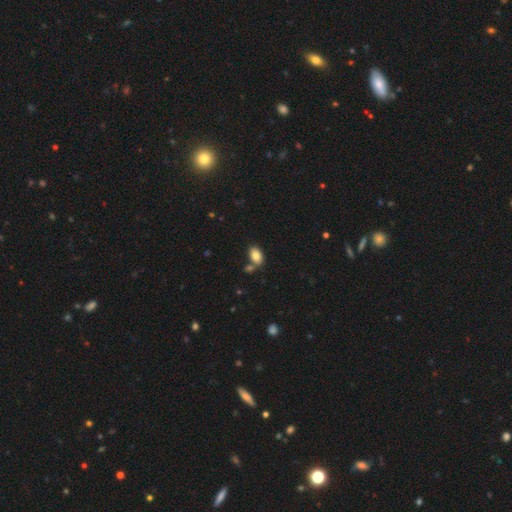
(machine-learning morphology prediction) smooth_or_featured: smooth (p=0.84) [alt: star or artifact p=0.08]
how_rounded: in between (p=0.91) [alt: round p=0.08]
merging: none (p=0.68) [alt: merger p=0.17]